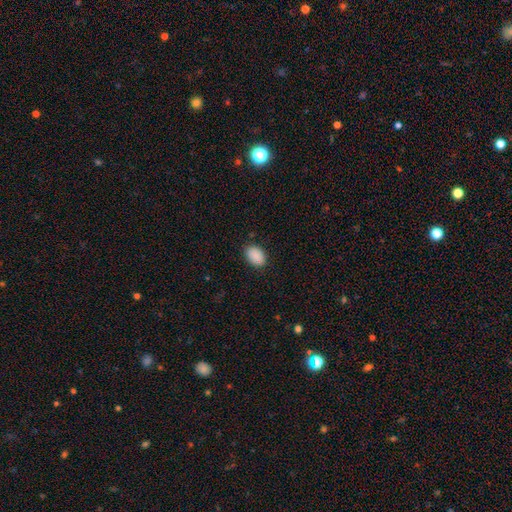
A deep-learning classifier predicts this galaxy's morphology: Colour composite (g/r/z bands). It shows a smooth galaxy with no disk features (89%) that is in between round and cigar-shaped (85%). Merging: none (84%).